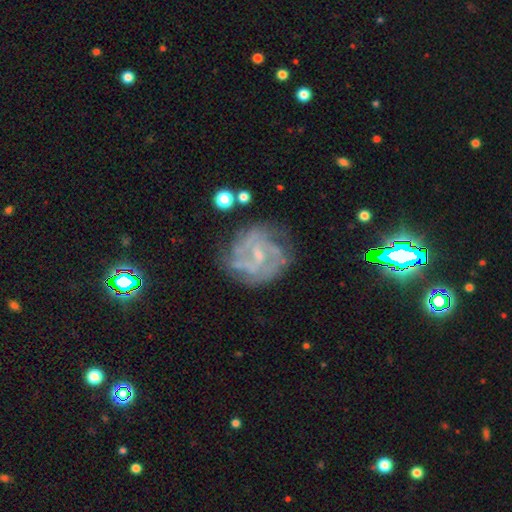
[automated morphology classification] Smooth or featured?
  - featured or disk: 77% *
  - smooth: 12%
  - star or artifact: 10%
Edge-on disk?
  - no: 98% *
  - yes: 2%
Bar?
  - weak: 51% *
  - no: 37%
  - strong: 13%
Spiral arms?
  - yes: 84% *
  - no: 16%
Spiral winding?
  - tight: 45% *
  - medium: 40%
  - loose: 16%
Spiral arm count?
  - can't tell: 38% *
  - 2: 23%
  - 3: 19%
  - 4: 9%
  - 1: 5%
  - more than 4: 5%
Bulge size?
  - small: 60% *
  - moderate: 20%
  - none: 18%
  - large: 1%
  - dominant: 1%
Merging?
  - none: 68% *
  - minor disturbance: 18%
  - major disturbance: 11%
  - merger: 3%